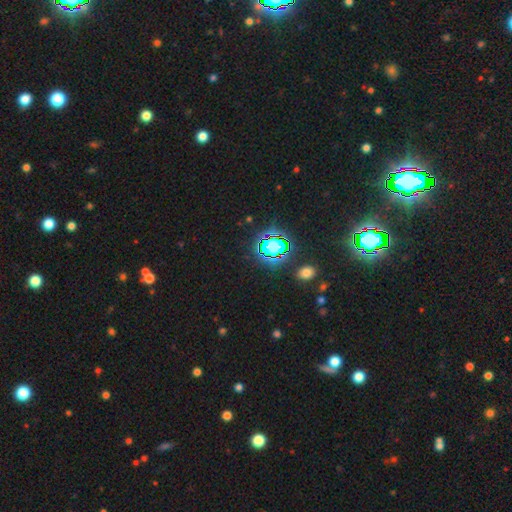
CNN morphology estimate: The model was most divided on "smooth or featured": star or artifact: 81%, smooth: 11%, featured or disk: 7%.